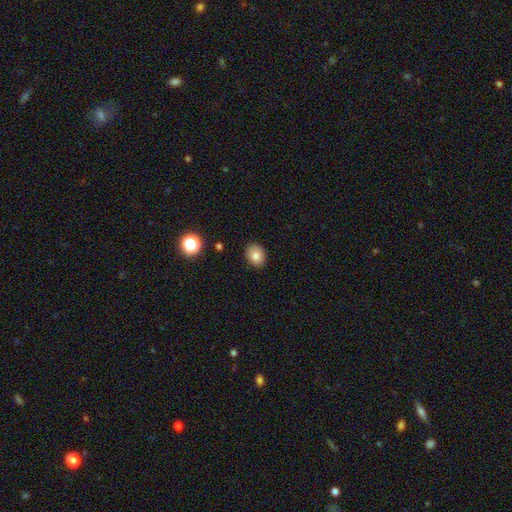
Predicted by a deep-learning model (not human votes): This appears to be a smooth galaxy with no disk features (81%) that is in between round and cigar-shaped (55%). Merging: none (87%).